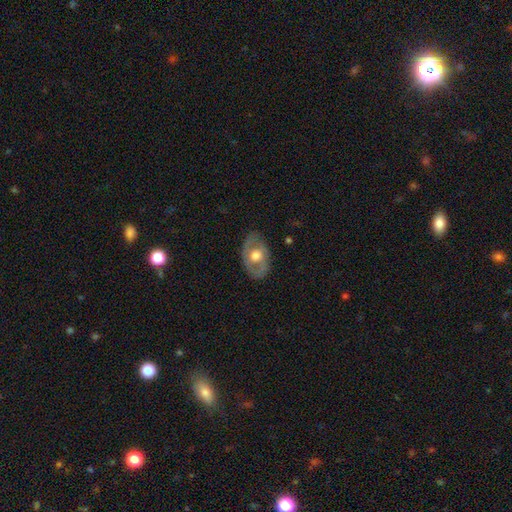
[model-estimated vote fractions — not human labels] Morphology: type=featured or disk (56%); edge-on=no (90%); bar=no (80%); spiral arms=no (68%); bulge=moderate (58%); merging=none (76%).